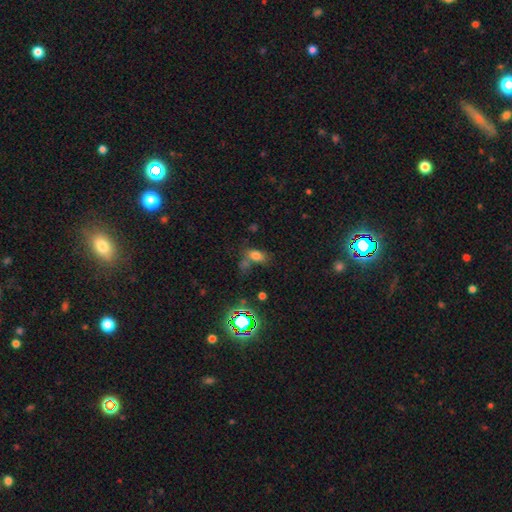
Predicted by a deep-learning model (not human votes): Morphology: type=smooth (67%); roundness=in between (82%); merging=none (49%).